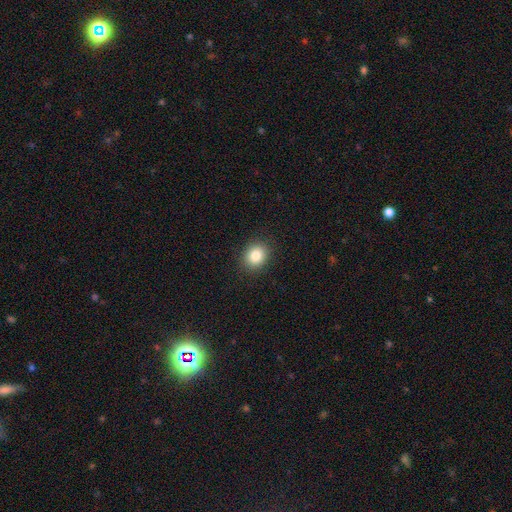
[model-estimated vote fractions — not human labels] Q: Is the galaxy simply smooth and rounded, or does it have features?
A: smooth — 84%.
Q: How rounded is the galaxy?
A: round — 62%.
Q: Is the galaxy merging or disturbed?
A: none — 90%.